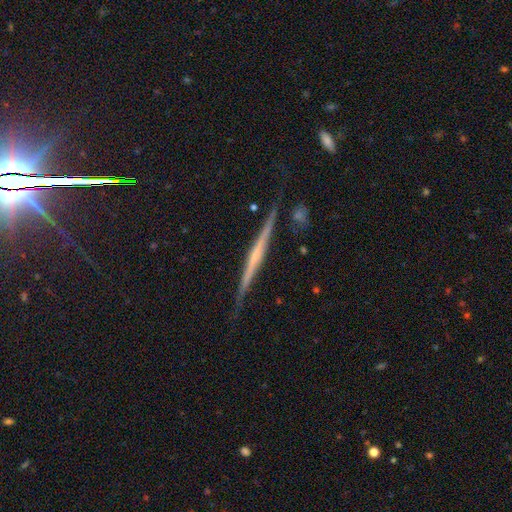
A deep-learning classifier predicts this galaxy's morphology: Smooth or featured?
  - featured or disk: 77% *
  - smooth: 16%
  - star or artifact: 7%
Edge-on disk?
  - yes: 98% *
  - no: 2%
Edge-on bulge?
  - none: 48% *
  - rounded: 41%
  - boxy: 12%
Merging?
  - none: 85% *
  - minor disturbance: 11%
  - merger: 2%
  - major disturbance: 2%